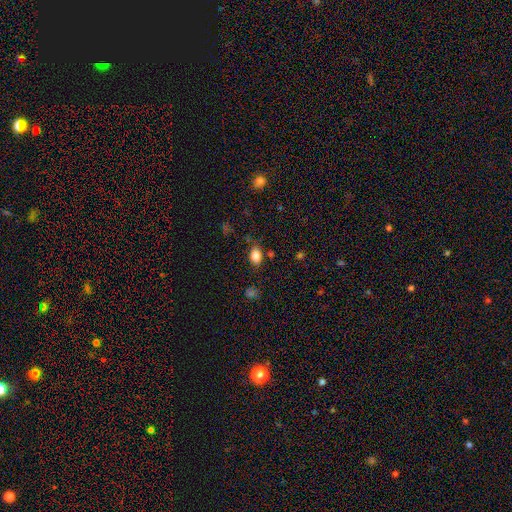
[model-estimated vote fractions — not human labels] The model was most divided on "merging": none: 79%, minor disturbance: 14%, major disturbance: 4%, merger: 3%. More confident: smooth or featured — smooth (85%); how rounded — in between (83%).